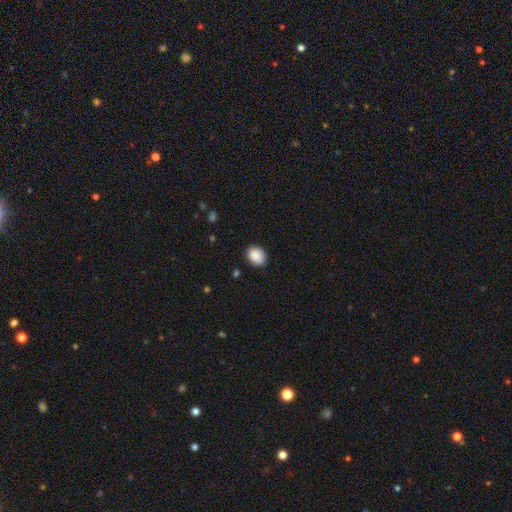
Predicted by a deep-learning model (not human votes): Smooth or featured: smooth — 89% (star or artifact — 7%)
How rounded: round — 55% (in between — 44%)
Merging: none — 83% (minor disturbance — 13%)